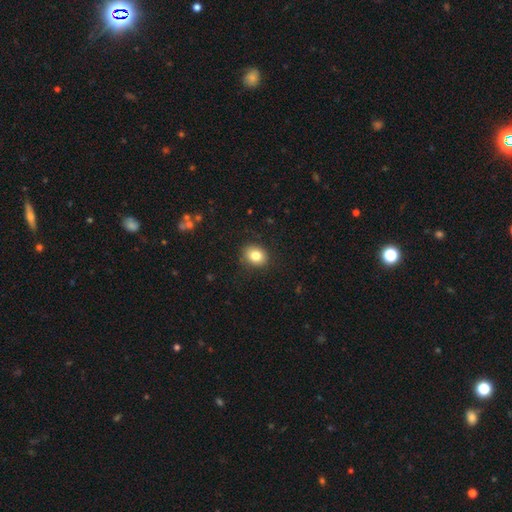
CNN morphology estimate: smooth_or_featured: smooth (p=0.82) [alt: star or artifact p=0.10]
how_rounded: round (p=0.52) [alt: in between p=0.47]
merging: none (p=0.87) [alt: minor disturbance p=0.09]